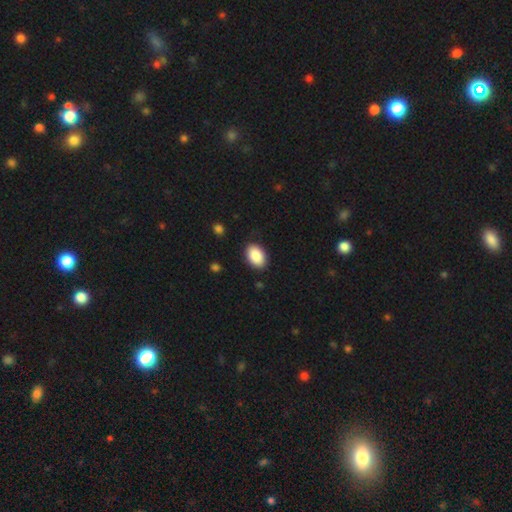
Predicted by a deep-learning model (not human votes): A smooth galaxy with no disk features (90%) that is in between round and cigar-shaped (89%).

Vote fractions:
- Smooth or featured? smooth: 90% / star or artifact: 7% / featured or disk: 4%
- How rounded? in between: 89% / round: 10% / cigar-shaped: 1%
- Merging? none: 88% / minor disturbance: 9% / major disturbance: 2% / merger: 1%